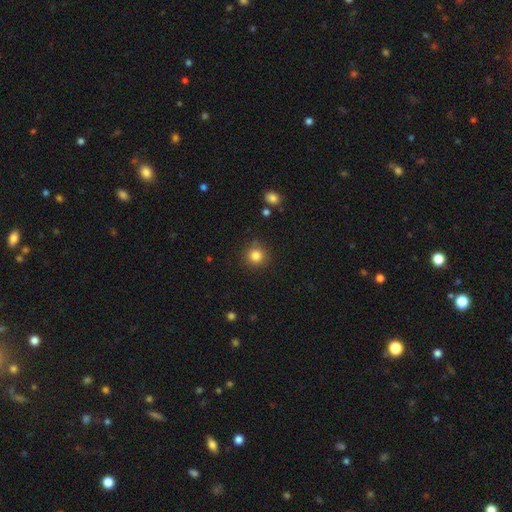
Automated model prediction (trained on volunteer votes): smooth 83%, star or artifact 12%, featured or disk 5%. Down the decision tree: how rounded — round (93%); merging — none (86%).